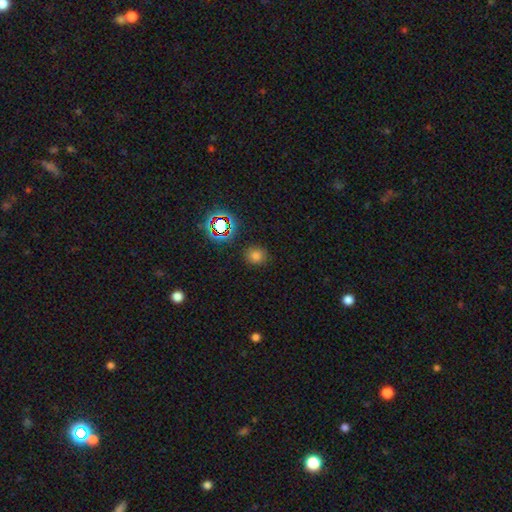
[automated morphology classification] smooth-or-featured: smooth: 73% | star or artifact: 21% | featured or disk: 6%
  how-rounded: round: 81% | in between: 18% | cigar-shaped: 1%
  merging: none: 86% | minor disturbance: 9% | major disturbance: 3% | merger: 2%